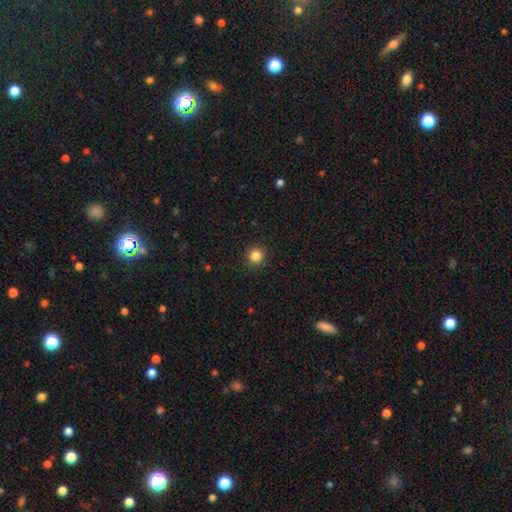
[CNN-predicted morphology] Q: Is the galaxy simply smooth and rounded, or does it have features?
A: smooth — 85%.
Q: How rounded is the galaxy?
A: round — 93%.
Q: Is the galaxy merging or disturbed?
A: none — 91%.